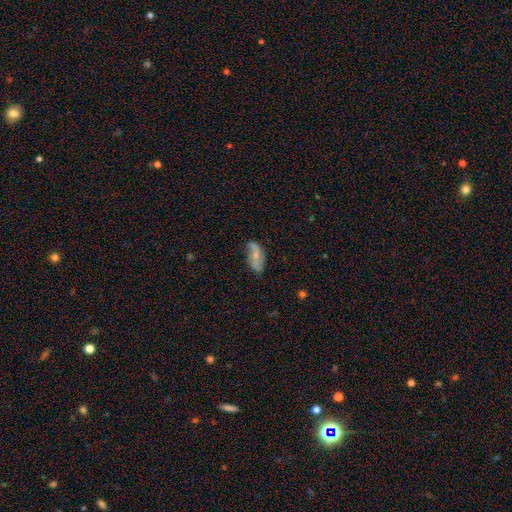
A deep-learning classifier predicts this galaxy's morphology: Smooth or featured? featured or disk (53%)
Edge-on disk? no (92%)
Merging? none (63%)